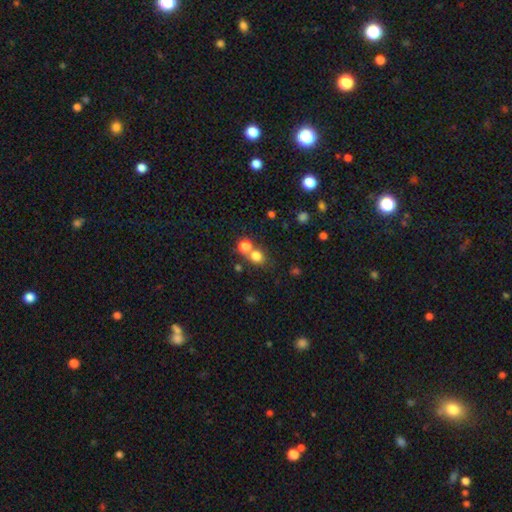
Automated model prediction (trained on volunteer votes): Smooth or featured? Predicted: smooth (p=0.77). How rounded? Predicted: round (p=0.78). Merging? Predicted: none (p=0.56).